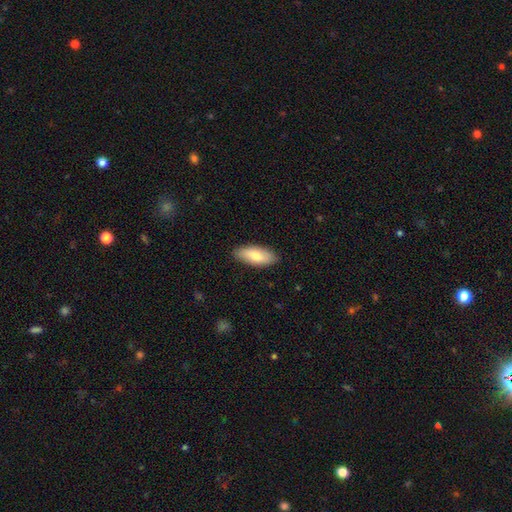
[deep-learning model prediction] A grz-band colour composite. It shows a smooth galaxy with no disk features (75%) that is in between round and cigar-shaped (82%). Merging: none (87%).